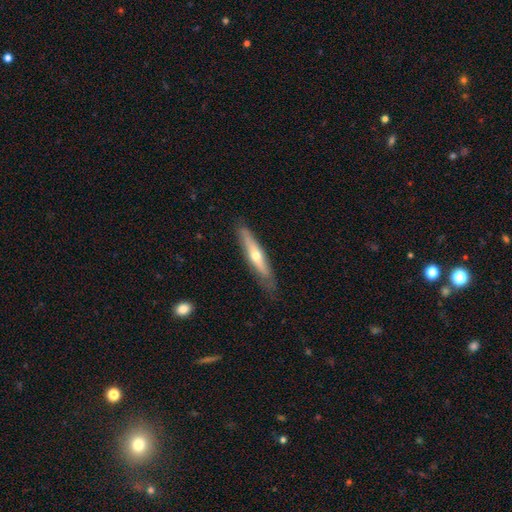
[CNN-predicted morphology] smooth_or_featured: featured or disk (p=0.54) [alt: smooth p=0.40]
disk_edge_on: yes (p=0.83) [alt: no p=0.17]
merging: none (p=0.80) [alt: minor disturbance p=0.16]